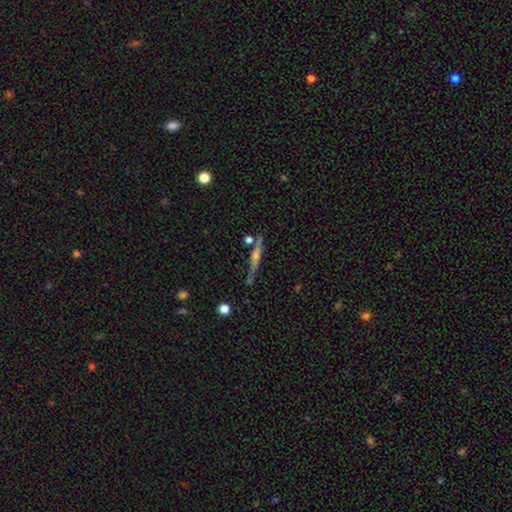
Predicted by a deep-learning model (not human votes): This is likely a featured or disk galaxy (74%). It is clearly viewed edge-on (97%). Edge-on bulge: likely rounded (80%). Merging: clearly none (84%).